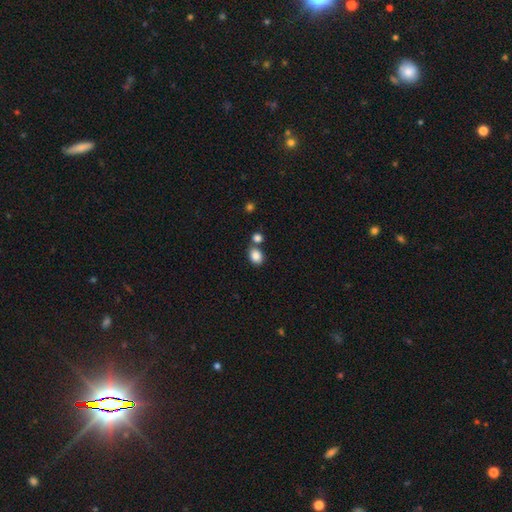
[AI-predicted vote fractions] Overall: smooth (86%). How rounded: in between (59%; round 40%). Merging: none (61%; merger 25%).